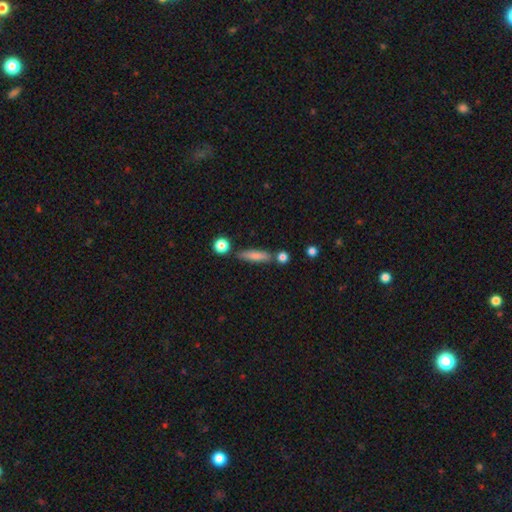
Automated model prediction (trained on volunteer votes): smooth-or-featured: smooth: 77% | featured or disk: 15% | star or artifact: 8%
  how-rounded: cigar-shaped: 74% | in between: 23% | round: 3%
  merging: none: 76% | minor disturbance: 12% | merger: 8% | major disturbance: 3%